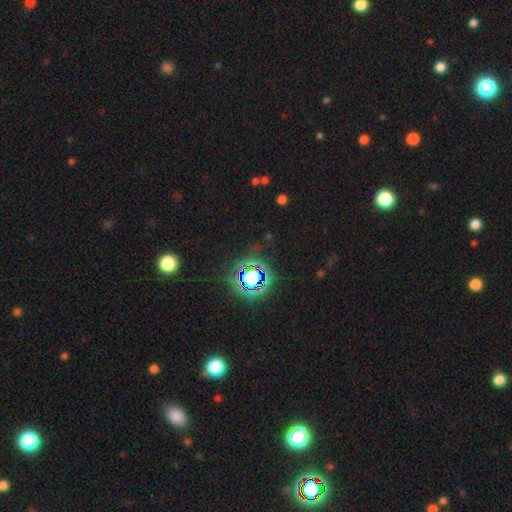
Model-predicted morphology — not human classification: This is likely a star or artifact rather than a galaxy (80%).